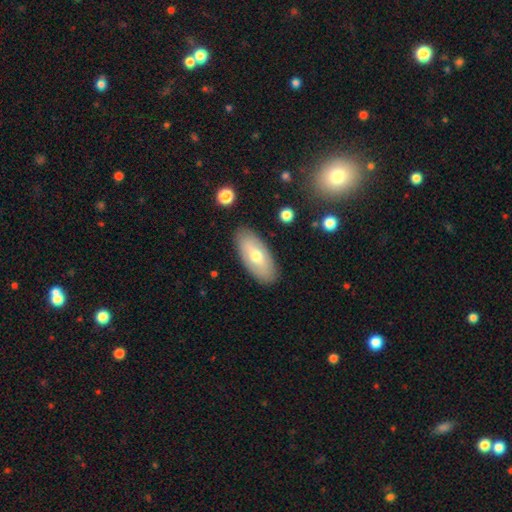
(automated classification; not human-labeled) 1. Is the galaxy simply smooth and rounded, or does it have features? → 57% smooth, 37% featured or disk, 6% star or artifact.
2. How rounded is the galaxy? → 88% in between, 10% cigar-shaped, 2% round.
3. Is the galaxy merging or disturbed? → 86% none, 10% minor disturbance, 3% major disturbance, 1% merger.